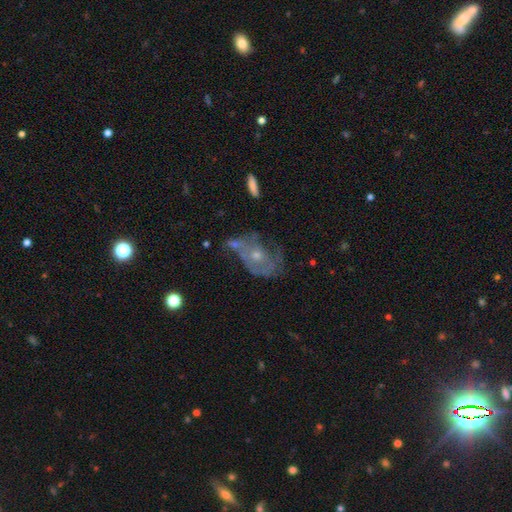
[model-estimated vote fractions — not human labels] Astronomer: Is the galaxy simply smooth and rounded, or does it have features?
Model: featured or disk — 68%.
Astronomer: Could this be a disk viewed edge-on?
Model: no — 95%.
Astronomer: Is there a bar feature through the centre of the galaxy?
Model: no — 81%.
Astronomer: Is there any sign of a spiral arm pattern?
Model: yes — 62% (runner-up: no, 38%).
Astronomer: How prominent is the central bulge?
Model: small — 50% (runner-up: moderate, 45%).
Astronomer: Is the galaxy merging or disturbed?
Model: none — 34% (runner-up: major disturbance, 26%).